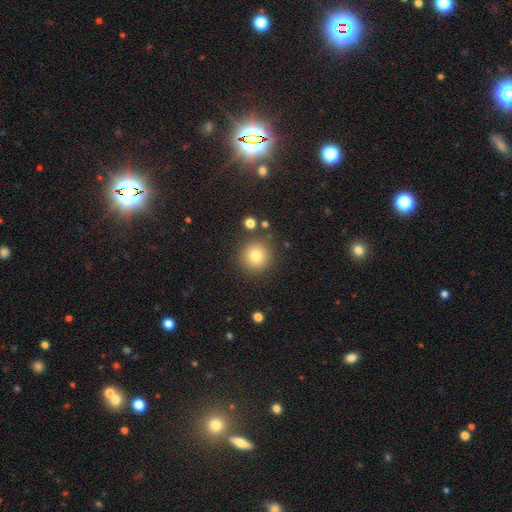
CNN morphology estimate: This is clearly a smooth galaxy (80%). How rounded: clearly round (94%). Merging: clearly none (86%).